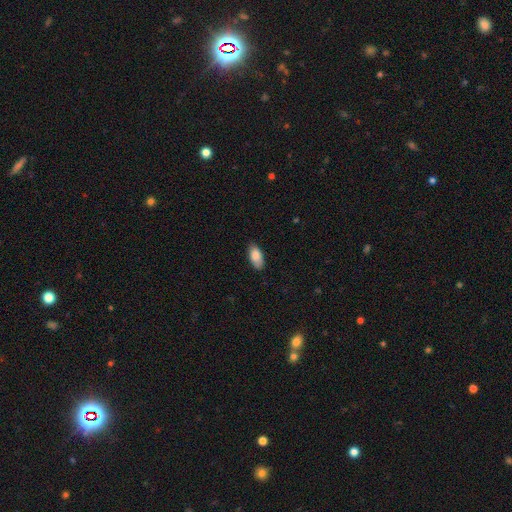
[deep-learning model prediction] smooth 86%, featured or disk 7%, star or artifact 6%. Down the decision tree: how rounded — in between (91%); merging — none (82%).